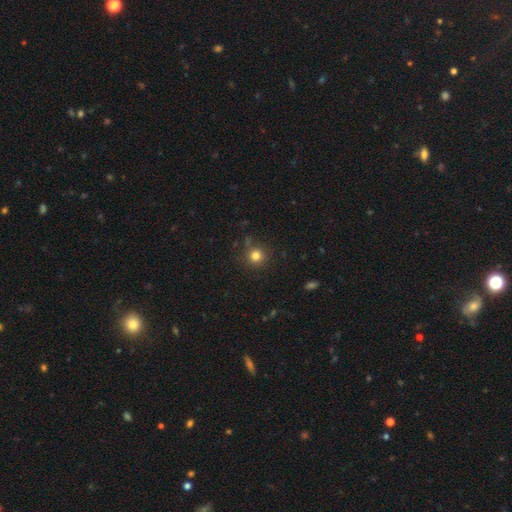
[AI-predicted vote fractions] Overall: smooth (80%). How rounded: round (93%). Merging: none (82%).